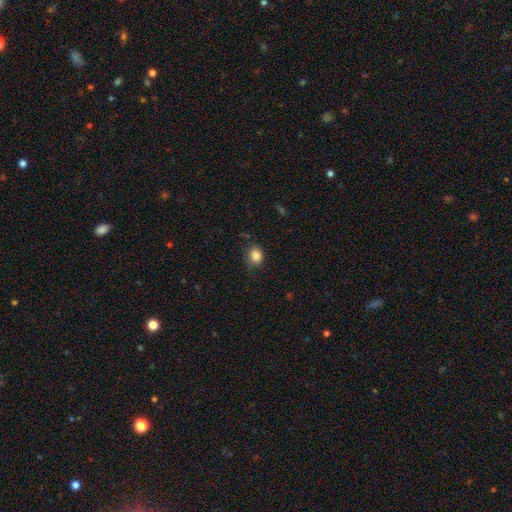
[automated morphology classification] type=smooth (86%); roundness=round (59%); merging=none (69%).